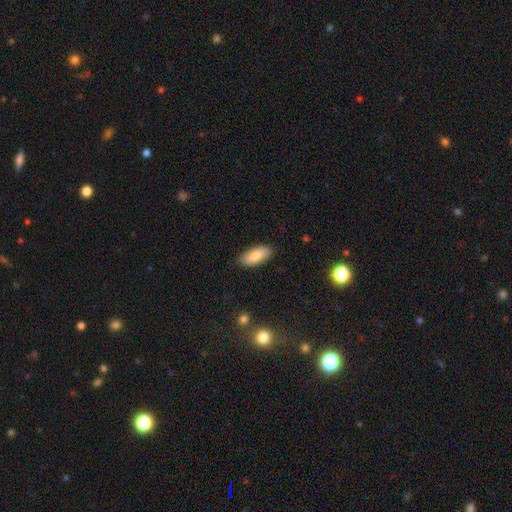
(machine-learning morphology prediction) smooth_or_featured: smooth (p=0.84) [alt: featured or disk p=0.10]
how_rounded: in between (p=0.84) [alt: cigar-shaped p=0.14]
merging: none (p=0.87) [alt: minor disturbance p=0.10]